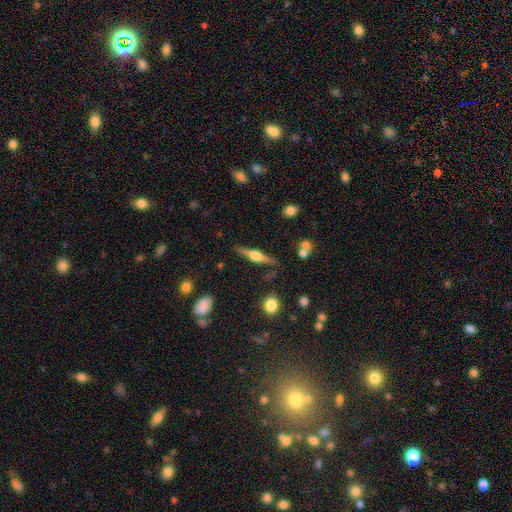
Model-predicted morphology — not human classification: type=featured or disk (70%); edge-on=yes (97%); edge-on bulge=rounded (90%); merging=none (83%).